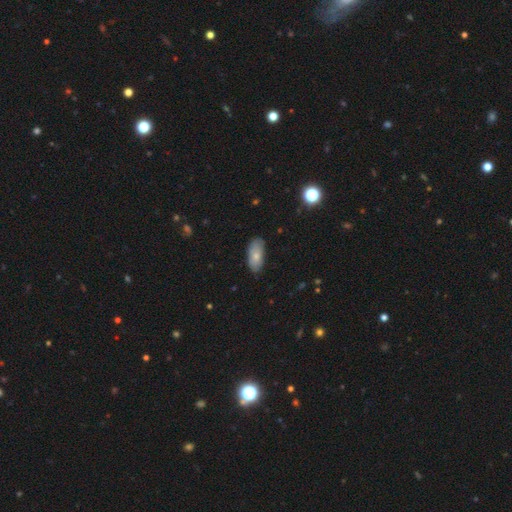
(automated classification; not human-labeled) The model was most divided on "smooth or featured": smooth: 77%, featured or disk: 17%, star or artifact: 7%. More confident: how rounded — in between (89%); merging — none (81%).